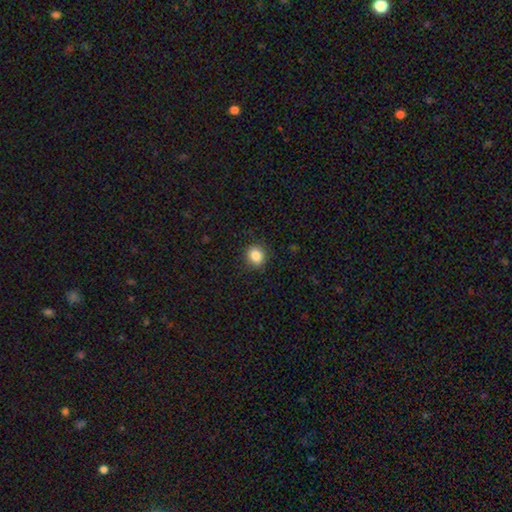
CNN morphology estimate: type=smooth (85%); roundness=round (72%); merging=none (88%).